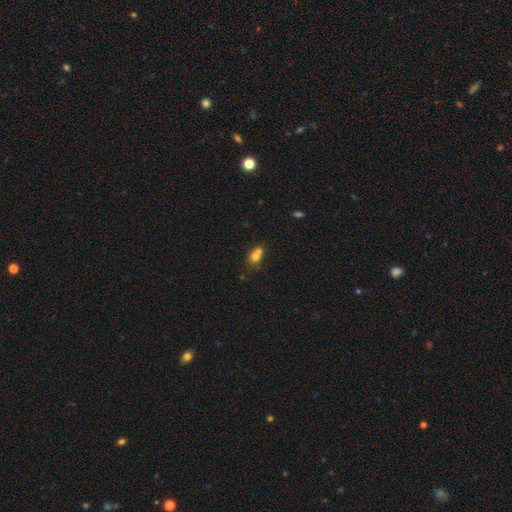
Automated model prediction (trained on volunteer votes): Morphology: type=smooth (70%); roundness=round (57%); merging=merger (60%).